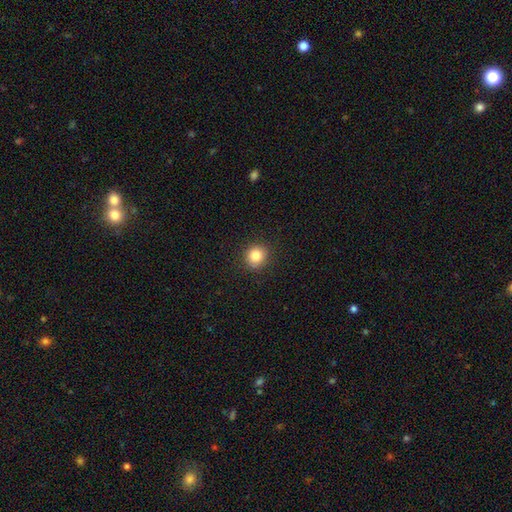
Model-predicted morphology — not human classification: Smooth or featured: smooth — 83% (star or artifact — 11%)
How rounded: round — 87% (in between — 12%)
Merging: none — 89% (minor disturbance — 7%)